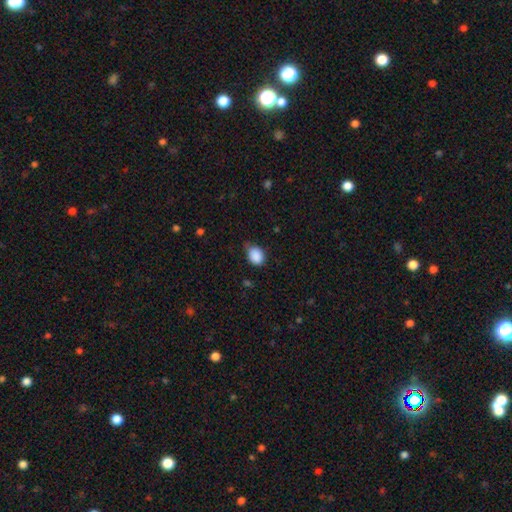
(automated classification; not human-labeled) A smooth galaxy with no disk features (88%) that is in between round and cigar-shaped (55%).

Vote fractions:
- Smooth or featured? smooth: 88% / star or artifact: 8% / featured or disk: 4%
- How rounded? in between: 55% / round: 44% / cigar-shaped: 1%
- Merging? none: 57% / minor disturbance: 34% / major disturbance: 6% / merger: 2%